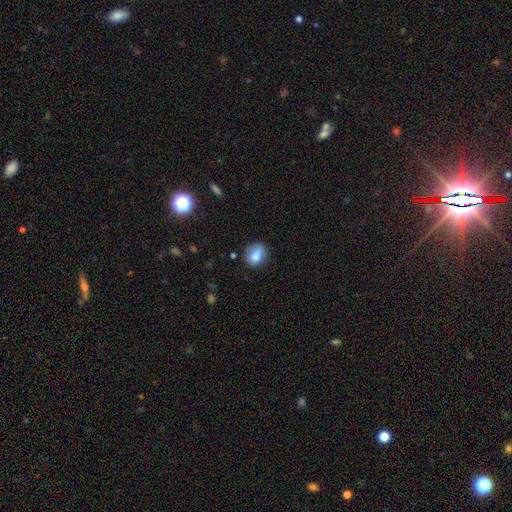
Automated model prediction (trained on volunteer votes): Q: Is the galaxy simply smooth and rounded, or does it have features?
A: smooth — 81%.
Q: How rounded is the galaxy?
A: round — 50%.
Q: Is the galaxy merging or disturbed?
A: none — 64%.